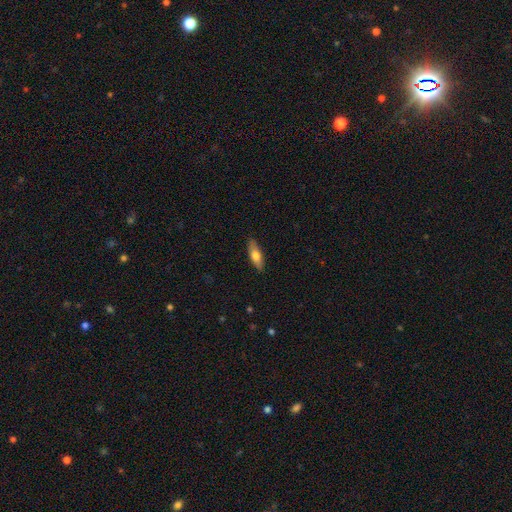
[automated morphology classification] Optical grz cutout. It shows a smooth galaxy with no disk features (66%) that is in between round and cigar-shaped (54%). Merging: none (88%).